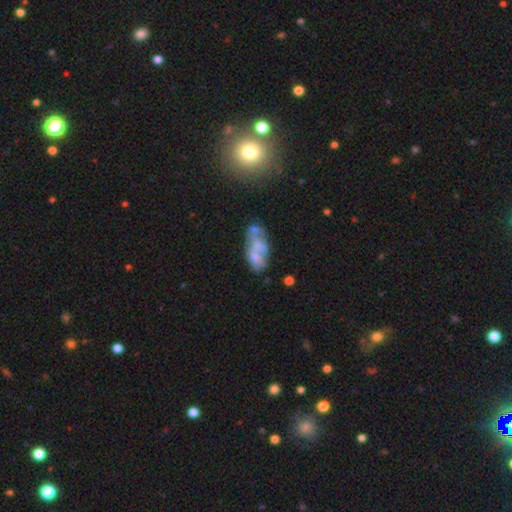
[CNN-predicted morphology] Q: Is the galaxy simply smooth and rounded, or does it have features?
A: featured or disk — 51%.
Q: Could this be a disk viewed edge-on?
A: no — 95%.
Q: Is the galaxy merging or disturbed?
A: merger — 37%.